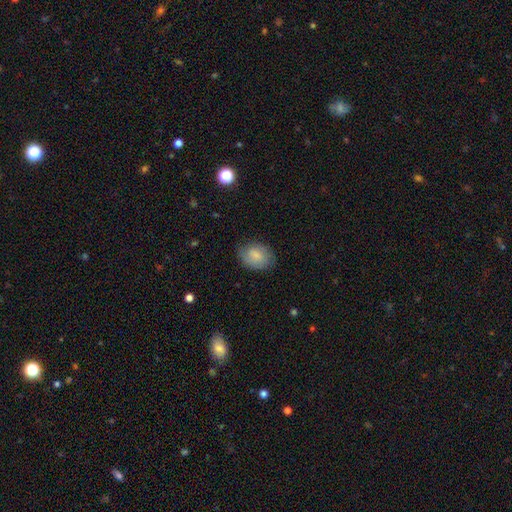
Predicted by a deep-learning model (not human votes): smooth_or_featured: smooth (p=0.75) [alt: featured or disk p=0.18]
how_rounded: in between (p=0.67) [alt: round p=0.32]
merging: none (p=0.74) [alt: minor disturbance p=0.20]